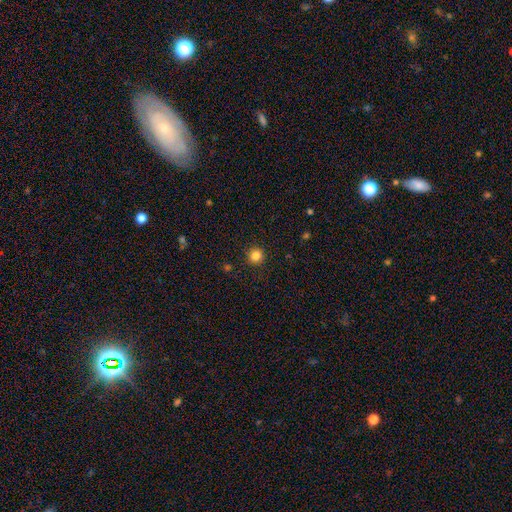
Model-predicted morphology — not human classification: type=smooth (84%); roundness=round (94%); merging=none (91%).